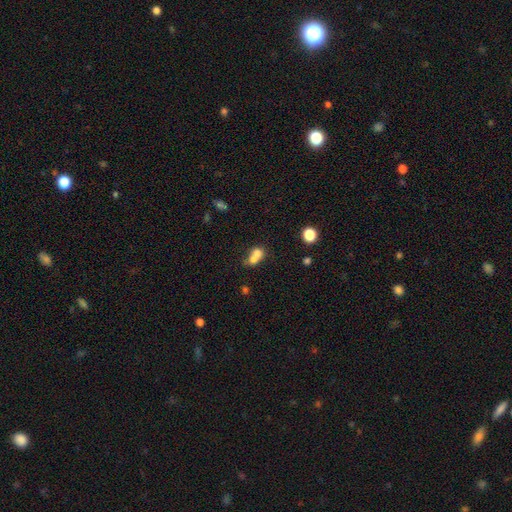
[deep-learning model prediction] smooth_or_featured: smooth (p=0.69) [alt: featured or disk p=0.19]
how_rounded: round (p=0.64) [alt: in between p=0.35]
merging: merger (p=0.70) [alt: none p=0.21]